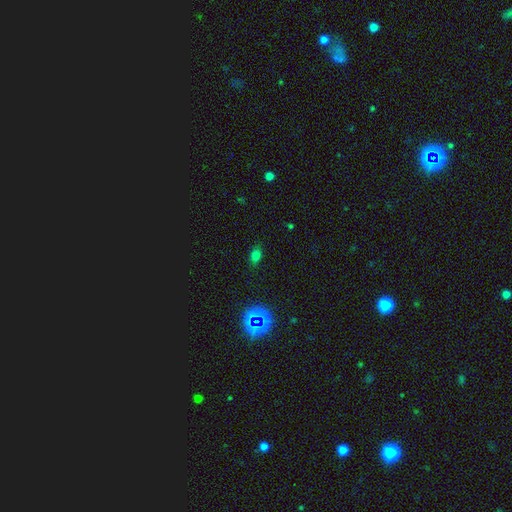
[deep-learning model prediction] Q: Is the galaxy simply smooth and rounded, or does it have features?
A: smooth — 66%.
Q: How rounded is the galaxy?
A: in between — 71%.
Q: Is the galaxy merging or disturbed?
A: none — 83%.